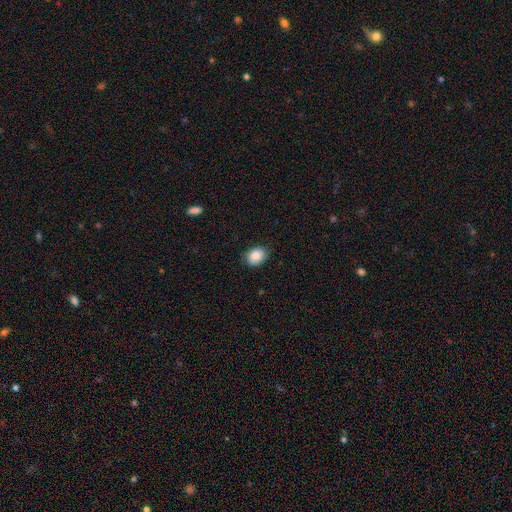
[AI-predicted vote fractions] Morphology: type=smooth (86%); roundness=in between (65%); merging=none (80%).